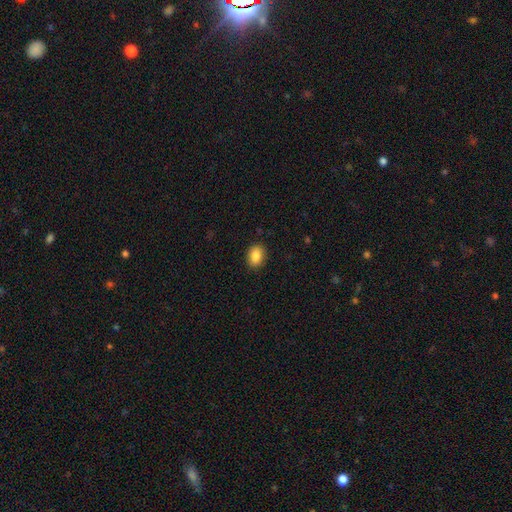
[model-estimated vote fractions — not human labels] smooth-or-featured: smooth: 87% | star or artifact: 8% | featured or disk: 5%
  how-rounded: in between: 73% | round: 25% | cigar-shaped: 1%
  merging: none: 89% | minor disturbance: 8% | major disturbance: 2% | merger: 1%